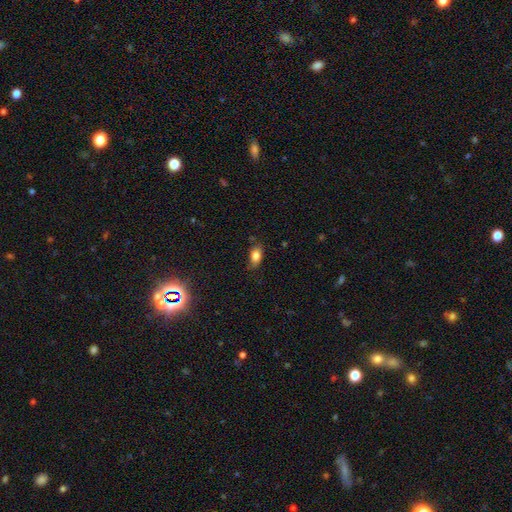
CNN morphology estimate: type=smooth (82%); roundness=in between (87%); merging=none (79%).